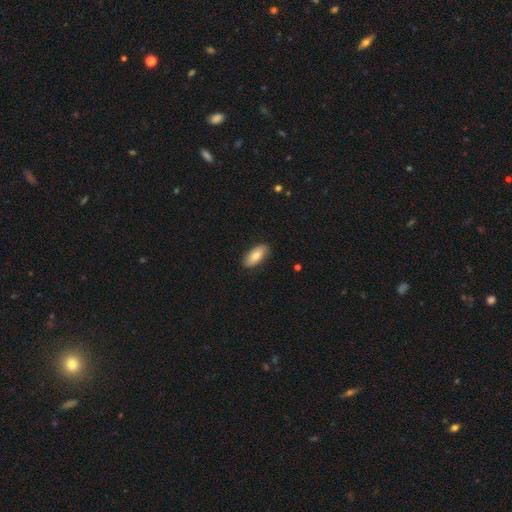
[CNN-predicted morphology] smooth_or_featured: smooth (p=0.80) [alt: featured or disk p=0.14]
how_rounded: in between (p=0.88) [alt: cigar-shaped p=0.09]
merging: none (p=0.87) [alt: minor disturbance p=0.10]